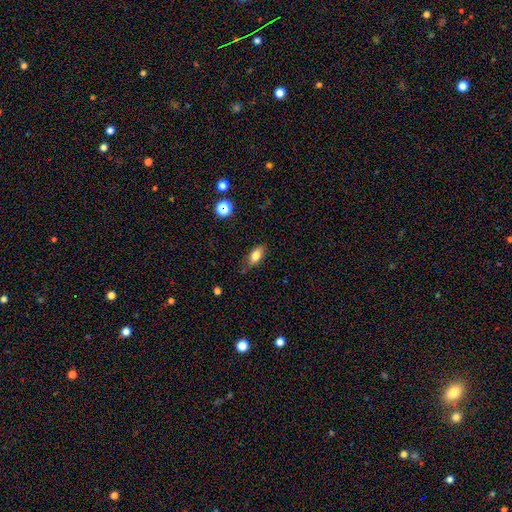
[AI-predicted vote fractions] Smooth or featured? Predicted: smooth (p=0.78). How rounded? Predicted: in between (p=0.83). Merging? Predicted: none (p=0.78).